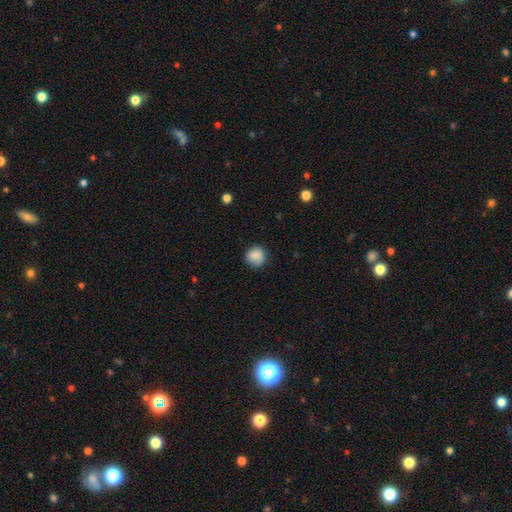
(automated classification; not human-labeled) This appears to be a smooth galaxy with no disk features (87%) that is round (90%). Merging: none (80%).